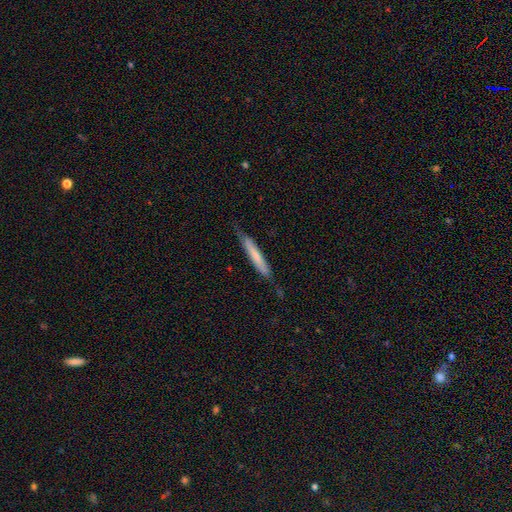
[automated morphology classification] This appears to be a smooth galaxy with no disk features (63%) that is cigar-shaped (95%). Merging: none (74%).